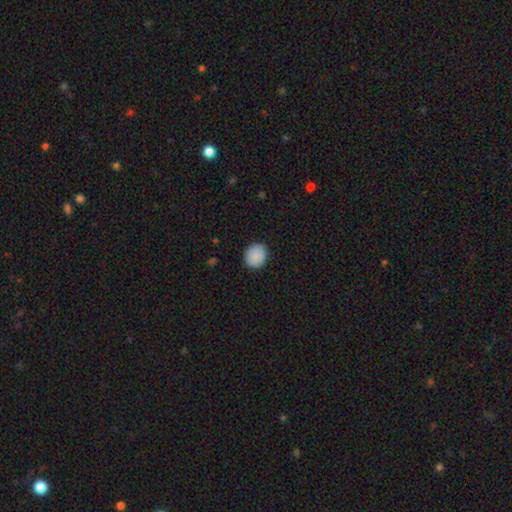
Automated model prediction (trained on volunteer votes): Morphology: type=smooth (88%); roundness=round (77%); merging=none (88%).